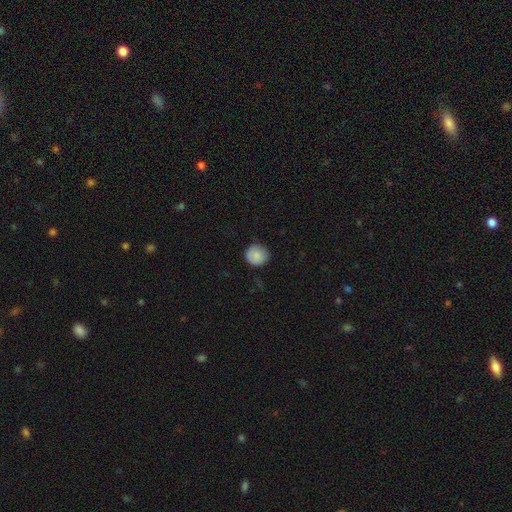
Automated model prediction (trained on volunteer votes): Smooth or featured: smooth — 85% (star or artifact — 8%)
How rounded: round — 92% (in between — 7%)
Merging: none — 83% (minor disturbance — 13%)